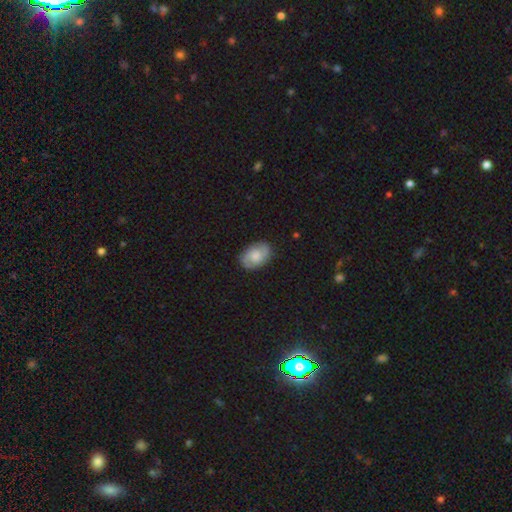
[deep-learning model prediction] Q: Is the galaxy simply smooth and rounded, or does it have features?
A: featured or disk — 67%.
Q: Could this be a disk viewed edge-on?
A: no — 97%.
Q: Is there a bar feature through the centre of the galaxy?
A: no — 63%.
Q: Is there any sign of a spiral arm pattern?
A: yes — 93%.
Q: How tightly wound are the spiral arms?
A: medium — 48%.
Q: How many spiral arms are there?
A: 2 — 88%.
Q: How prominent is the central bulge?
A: moderate — 46%.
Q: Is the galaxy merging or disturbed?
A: none — 86%.